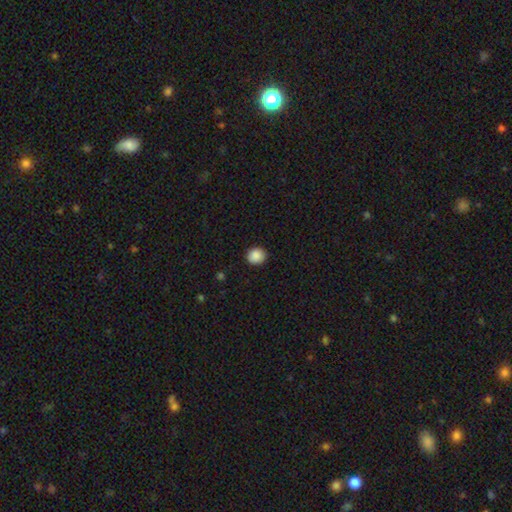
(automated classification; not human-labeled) Smooth or featured: smooth — 89% (star or artifact — 9%)
How rounded: round — 85% (in between — 14%)
Merging: none — 90% (minor disturbance — 7%)